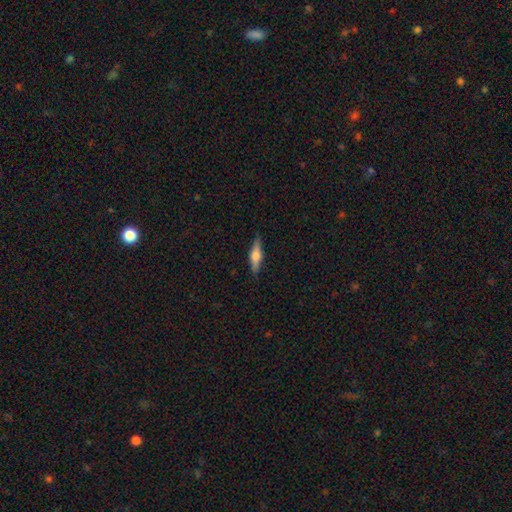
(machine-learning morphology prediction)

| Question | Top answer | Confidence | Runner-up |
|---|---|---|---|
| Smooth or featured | featured or disk | 52% | smooth (41%) |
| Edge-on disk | yes | 95% | no (5%) |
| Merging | none | 89% | minor disturbance (8%) |